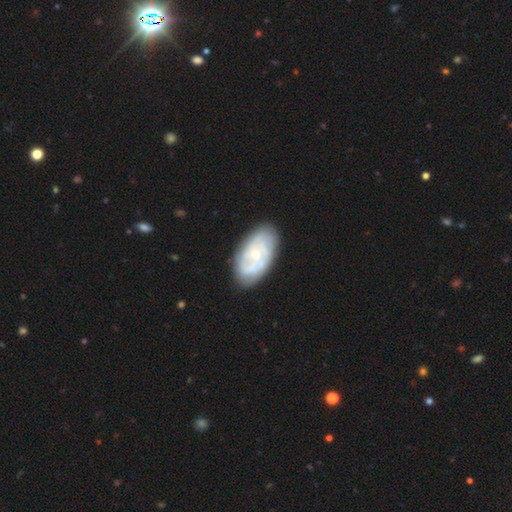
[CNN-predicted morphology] Smooth or featured? featured or disk (65%)
Edge-on disk? no (95%)
Bar? no (77%)
Spiral arms? yes (75%)
Bulge size? small (67%)
Merging? none (77%)